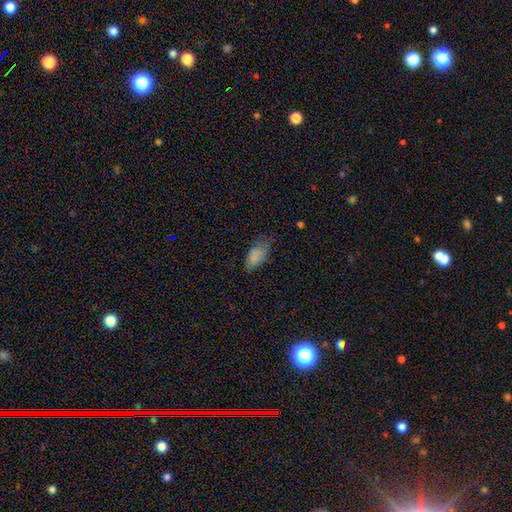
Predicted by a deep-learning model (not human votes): A smooth galaxy with no disk features (80%) that is in between round and cigar-shaped (92%).

Vote fractions:
- Smooth or featured? smooth: 80% / featured or disk: 10% / star or artifact: 10%
- How rounded? in between: 92% / round: 4% / cigar-shaped: 4%
- Merging? minor disturbance: 40% / none: 39% / major disturbance: 19% / merger: 2%